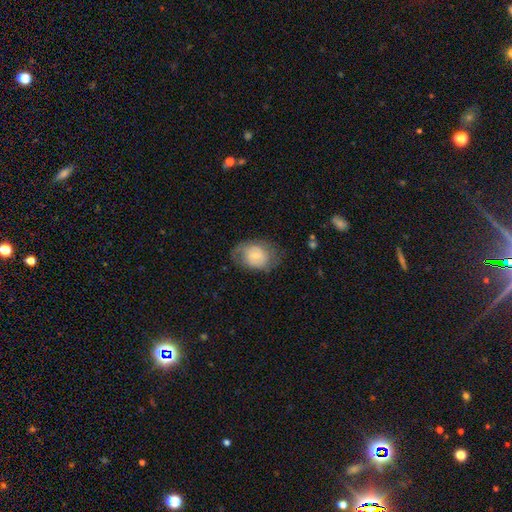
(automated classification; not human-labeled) smooth 51%, featured or disk 42%, star or artifact 7%. Down the decision tree: how rounded — in between (72%); merging — none (60%).